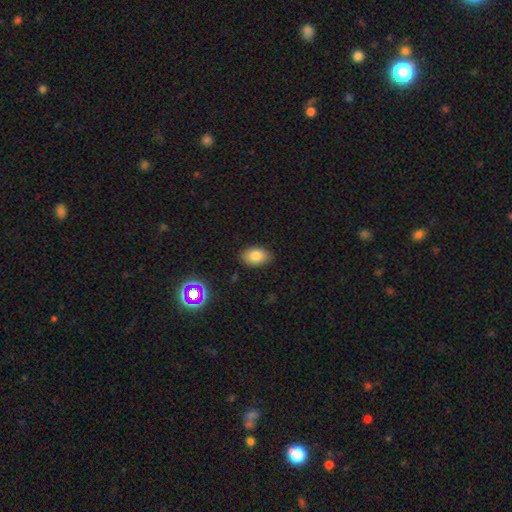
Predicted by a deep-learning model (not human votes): Overall: smooth (81%). How rounded: in between (88%). Merging: none (86%).